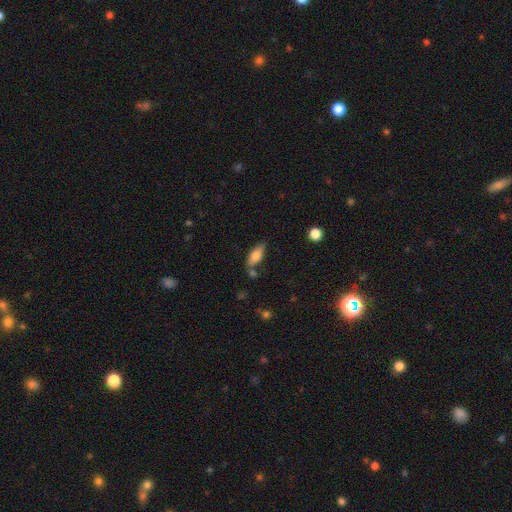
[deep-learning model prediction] This is likely a smooth galaxy (74%). How rounded: likely in between (77%). Merging: likely none (67%).